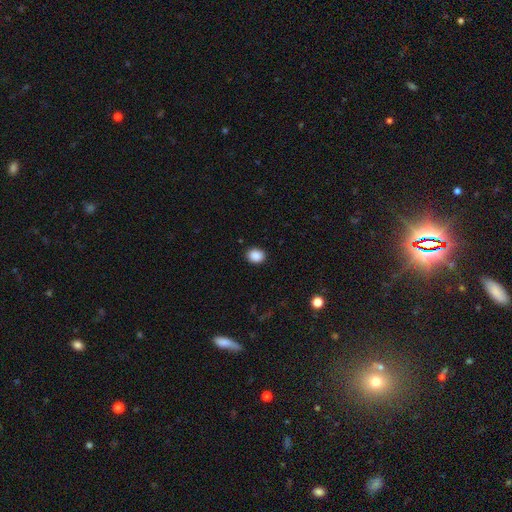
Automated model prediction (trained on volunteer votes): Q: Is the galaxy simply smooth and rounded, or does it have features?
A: smooth — 89%.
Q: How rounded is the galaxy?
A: round — 54%.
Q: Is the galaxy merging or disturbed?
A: none — 90%.